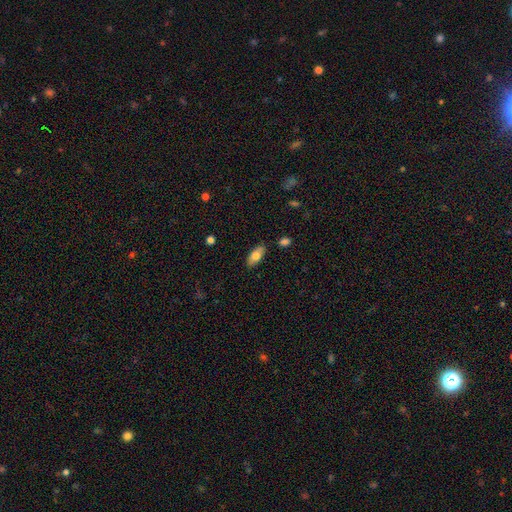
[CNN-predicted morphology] Smooth or featured: smooth — 76% (featured or disk — 17%)
How rounded: in between — 87% (cigar-shaped — 10%)
Merging: none — 86% (minor disturbance — 10%)